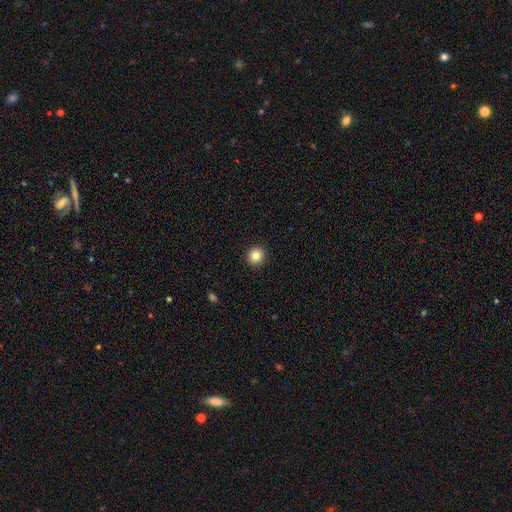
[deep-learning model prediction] This is clearly a smooth galaxy (84%). How rounded: clearly round (93%). Merging: clearly none (93%).